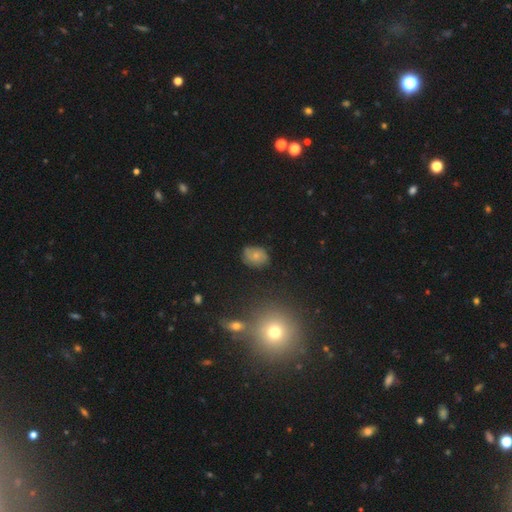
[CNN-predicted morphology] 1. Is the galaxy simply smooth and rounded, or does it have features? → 65% smooth, 23% featured or disk, 12% star or artifact.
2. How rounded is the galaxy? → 63% in between, 35% round, 1% cigar-shaped.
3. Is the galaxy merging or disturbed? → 72% none, 20% minor disturbance, 5% major disturbance, 2% merger.